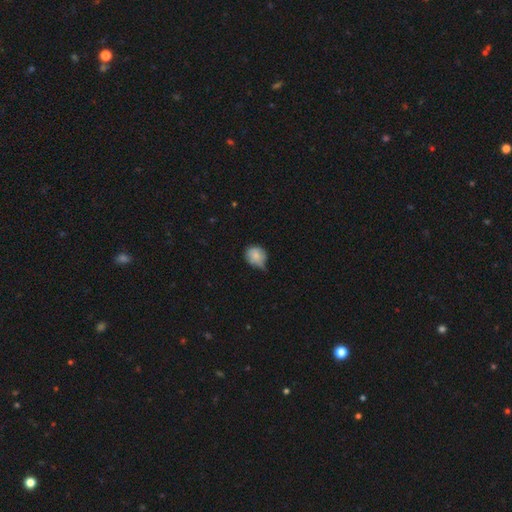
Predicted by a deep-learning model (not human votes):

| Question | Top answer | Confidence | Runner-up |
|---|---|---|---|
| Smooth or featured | smooth | 78% | featured or disk (13%) |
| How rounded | round | 69% | in between (30%) |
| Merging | minor disturbance | 51% | none (35%) |